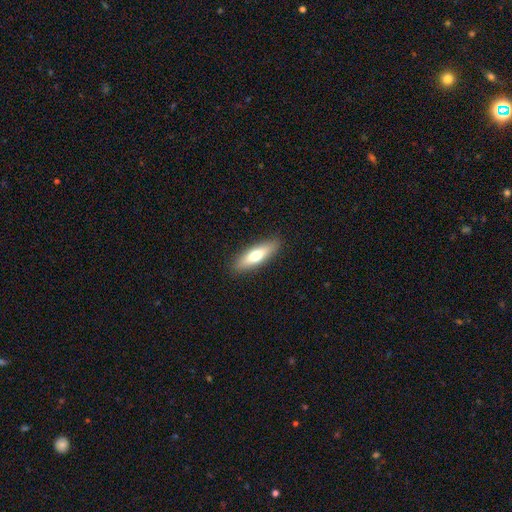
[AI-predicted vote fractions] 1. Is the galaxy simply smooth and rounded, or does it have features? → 65% smooth, 29% featured or disk, 6% star or artifact.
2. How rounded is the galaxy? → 57% cigar-shaped, 41% in between, 2% round.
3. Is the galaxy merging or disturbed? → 89% none, 8% minor disturbance, 2% major disturbance, 1% merger.